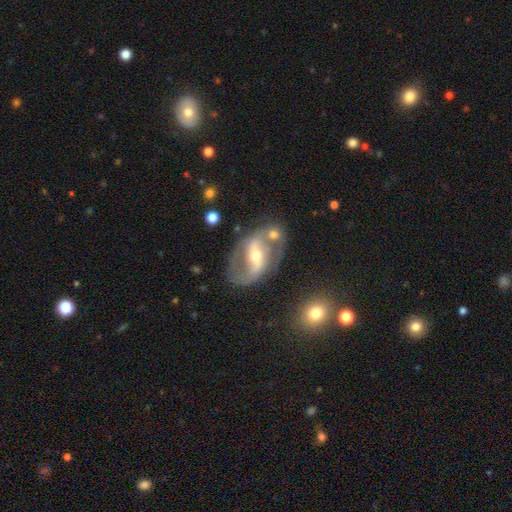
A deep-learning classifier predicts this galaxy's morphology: This appears to be a featured or disk galaxy (84%) with a strong bar (52%), 2 (89%) medium (46%) spiral arms (88%) and a moderate central bulge (58%). Merging: none (65%).